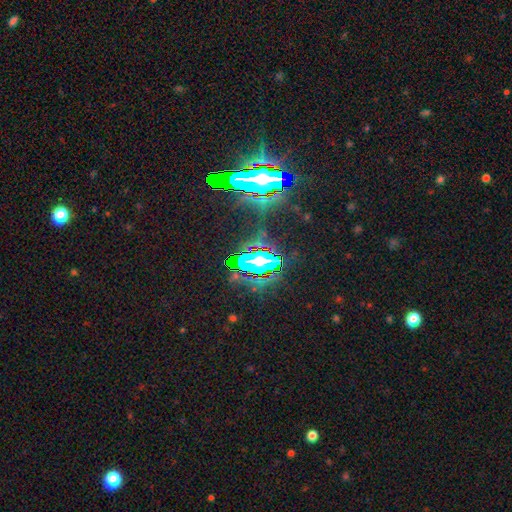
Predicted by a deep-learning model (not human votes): Smooth or featured: star or artifact — 75% (featured or disk — 13%)